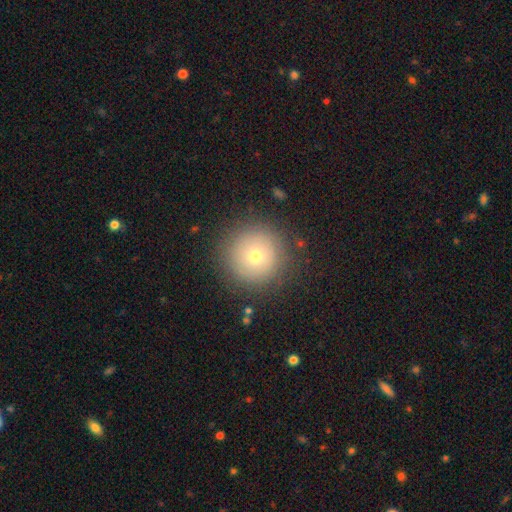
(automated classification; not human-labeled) Overall: smooth (70%). How rounded: round (96%). Merging: none (87%).